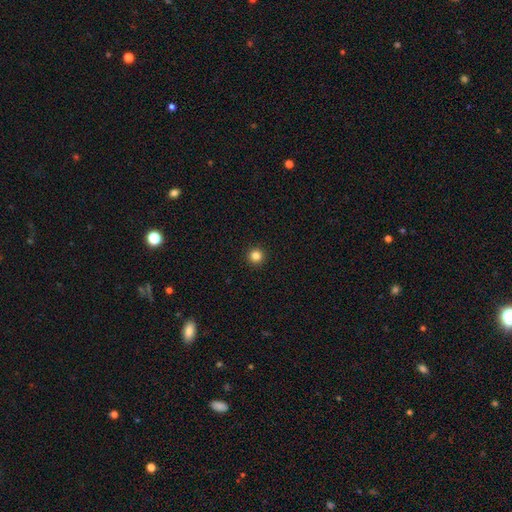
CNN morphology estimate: Q: Smooth or featured?
A: smooth (84%); runner-up: star or artifact (12%)
Q: How rounded?
A: round (96%); runner-up: in between (3%)
Q: Merging?
A: none (94%); runner-up: minor disturbance (4%)